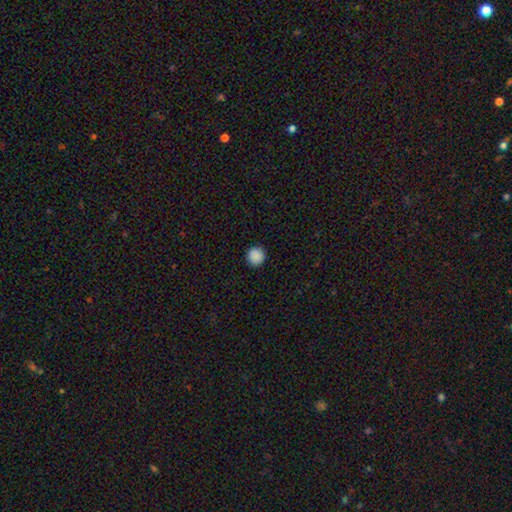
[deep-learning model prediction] This is clearly a smooth galaxy (89%). How rounded: clearly round (95%). Merging: clearly none (92%).